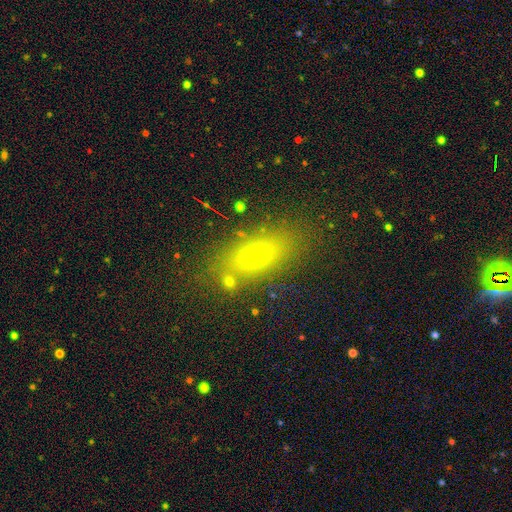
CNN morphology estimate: smooth-or-featured: smooth: 62% | featured or disk: 20% | star or artifact: 18%
  how-rounded: in between: 70% | cigar-shaped: 17% | round: 13%
  merging: none: 78% | minor disturbance: 11% | merger: 6% | major disturbance: 5%